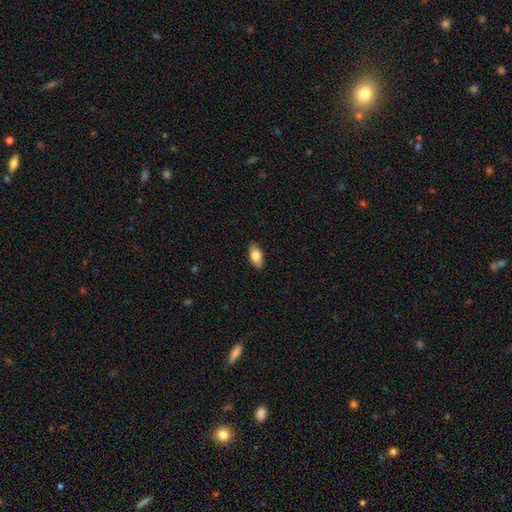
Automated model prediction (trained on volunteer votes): Overall: smooth (78%). How rounded: in between (90%). Merging: none (89%).